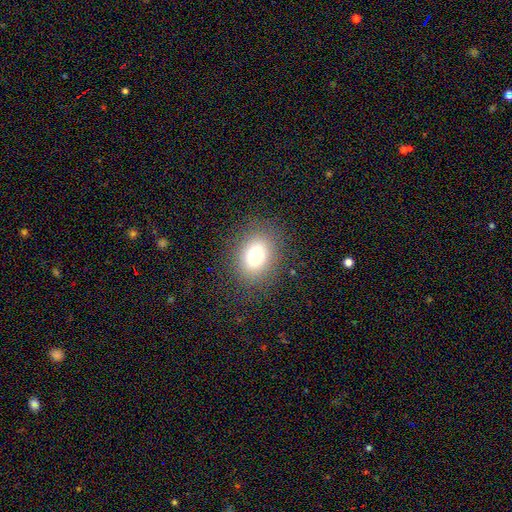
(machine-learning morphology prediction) smooth 77%, star or artifact 12%, featured or disk 11%. Down the decision tree: how rounded — in between (55%); merging — none (85%).